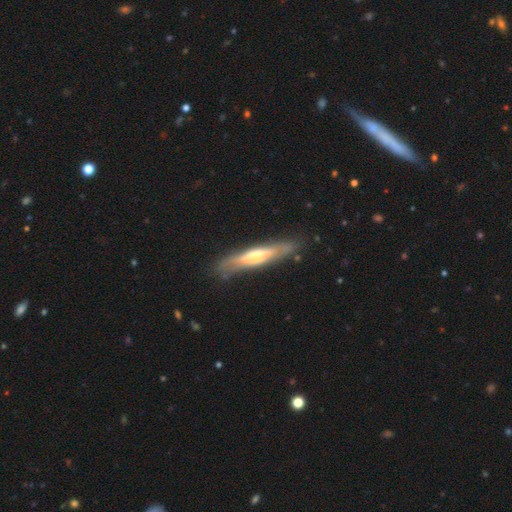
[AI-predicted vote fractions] Smooth or featured? featured or disk (57%)
Edge-on disk? yes (75%)
Merging? none (79%)